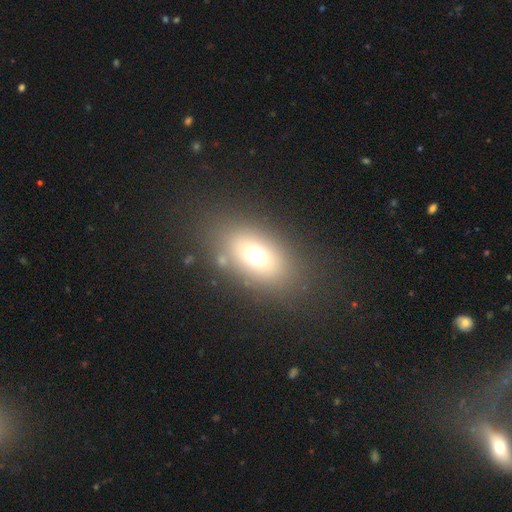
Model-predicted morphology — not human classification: smooth-or-featured: smooth: 67% | featured or disk: 17% | star or artifact: 16%
  how-rounded: in between: 77% | round: 20% | cigar-shaped: 3%
  merging: none: 81% | minor disturbance: 10% | major disturbance: 6% | merger: 3%